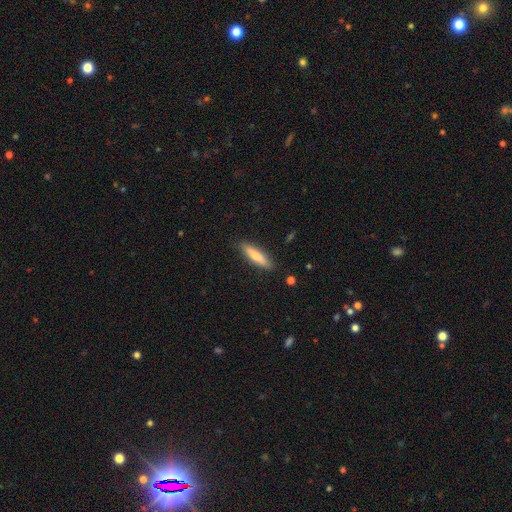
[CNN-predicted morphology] This is likely a smooth galaxy (66%). How rounded: likely cigar-shaped (75%). Merging: clearly none (88%).